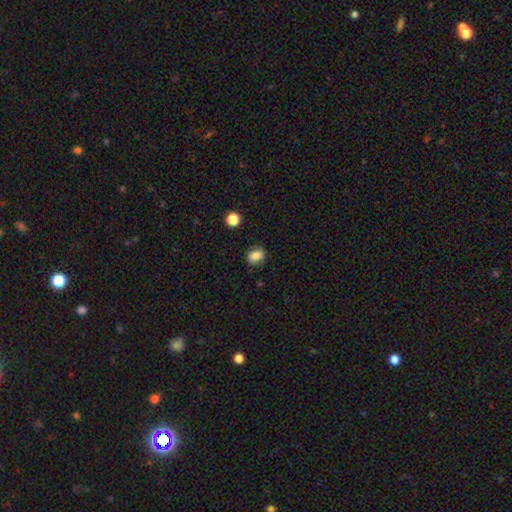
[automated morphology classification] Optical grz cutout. It shows a smooth galaxy with no disk features (81%) that is in between round and cigar-shaped (60%). Merging: none (82%).